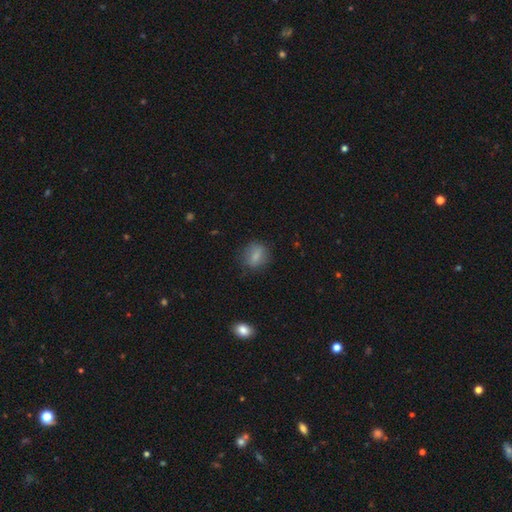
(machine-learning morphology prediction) A smooth galaxy with no disk features (78%) that is round (56%). Merging: none (76%).